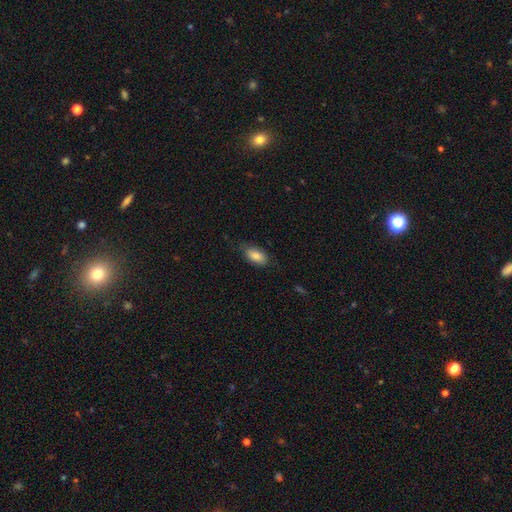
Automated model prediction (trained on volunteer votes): Smooth or featured?
  - smooth: 84% *
  - featured or disk: 9%
  - star or artifact: 7%
How rounded?
  - in between: 92% *
  - cigar-shaped: 4%
  - round: 4%
Merging?
  - none: 75% *
  - minor disturbance: 20%
  - major disturbance: 4%
  - merger: 1%